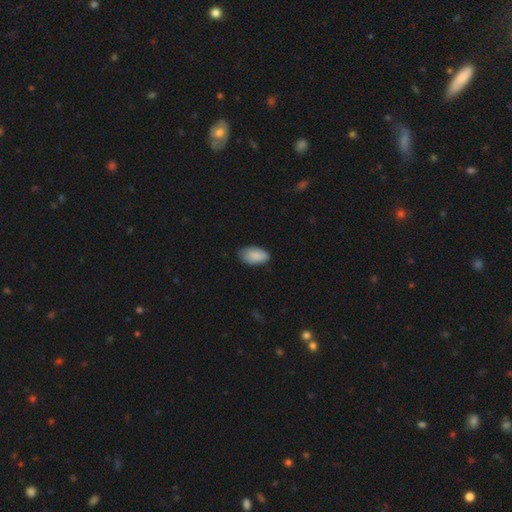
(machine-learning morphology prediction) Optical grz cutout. It shows a smooth galaxy with no disk features (88%) that is in between round and cigar-shaped (94%). Merging: none (71%).